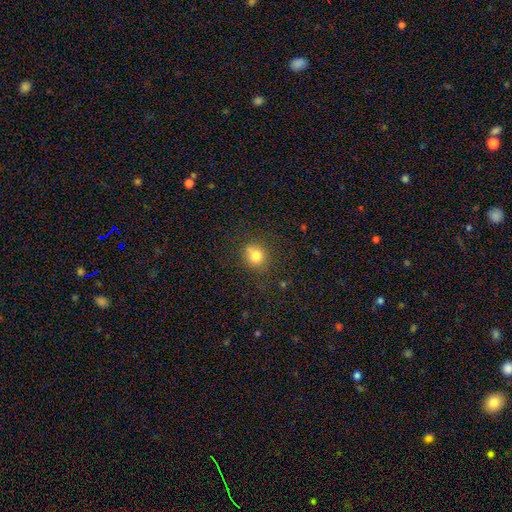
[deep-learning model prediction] Morphology: type=smooth (78%); roundness=round (79%); merging=none (71%).